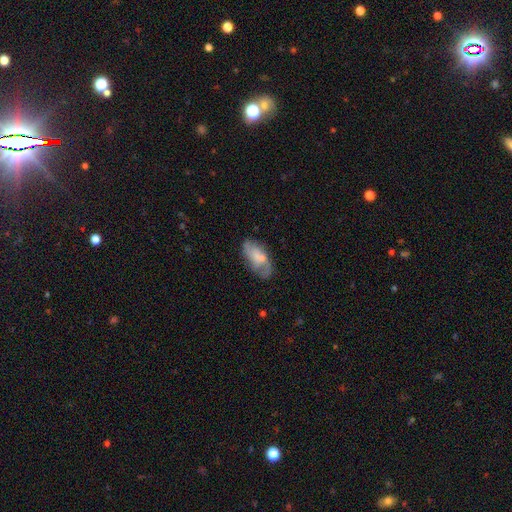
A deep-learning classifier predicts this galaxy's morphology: smooth_or_featured: featured or disk (p=0.47) [alt: smooth p=0.46]
merging: none (p=0.55) [alt: minor disturbance p=0.26]